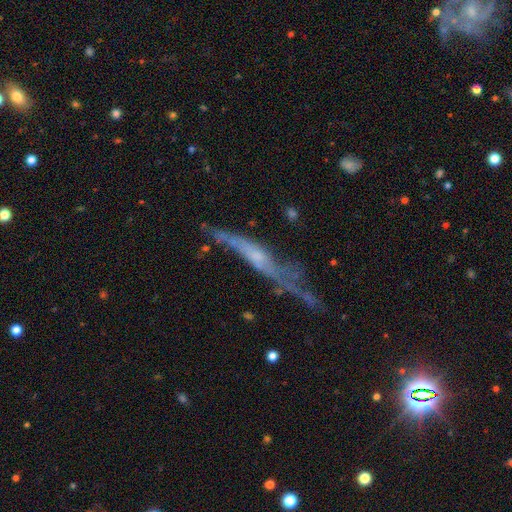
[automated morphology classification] smooth_or_featured: featured or disk (p=0.63) [alt: smooth p=0.25]
disk_edge_on: yes (p=0.66) [alt: no p=0.34]
merging: none (p=0.42) [alt: minor disturbance p=0.26]